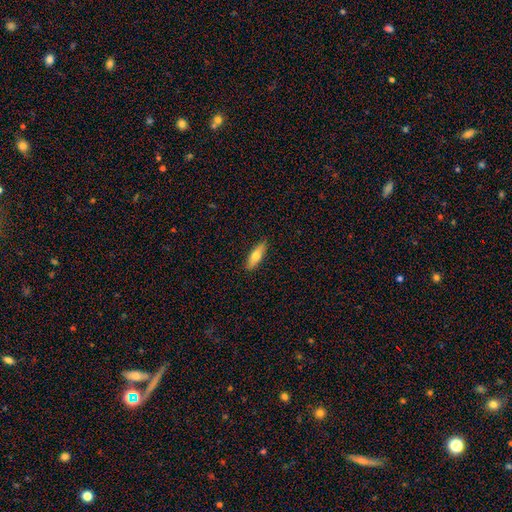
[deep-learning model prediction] Smooth or featured? Predicted: smooth (p=0.64). How rounded? Predicted: cigar-shaped (p=0.52). Merging? Predicted: none (p=0.89).